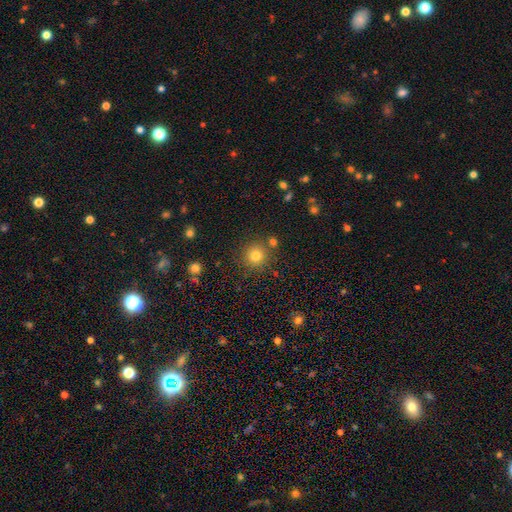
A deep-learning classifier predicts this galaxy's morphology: A smooth galaxy with no disk features (80%) that is round (94%).

Vote fractions:
- Smooth or featured? smooth: 80% / star or artifact: 14% / featured or disk: 7%
- How rounded? round: 94% / in between: 6% / cigar-shaped: 1%
- Merging? none: 84% / minor disturbance: 7% / merger: 6% / major disturbance: 3%